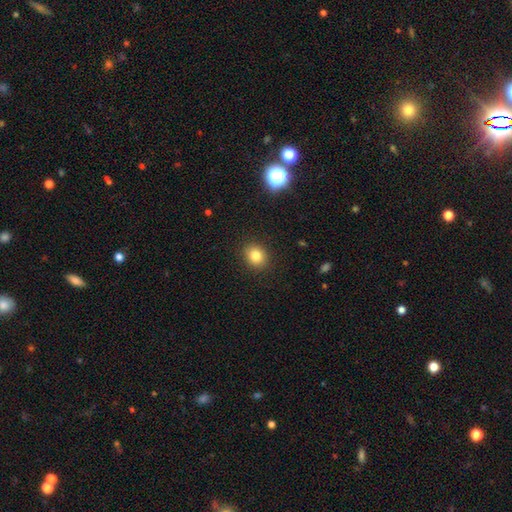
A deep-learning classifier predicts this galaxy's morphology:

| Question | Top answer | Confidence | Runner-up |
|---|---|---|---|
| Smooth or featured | smooth | 81% | star or artifact (12%) |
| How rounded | round | 68% | in between (31%) |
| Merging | none | 90% | minor disturbance (7%) |